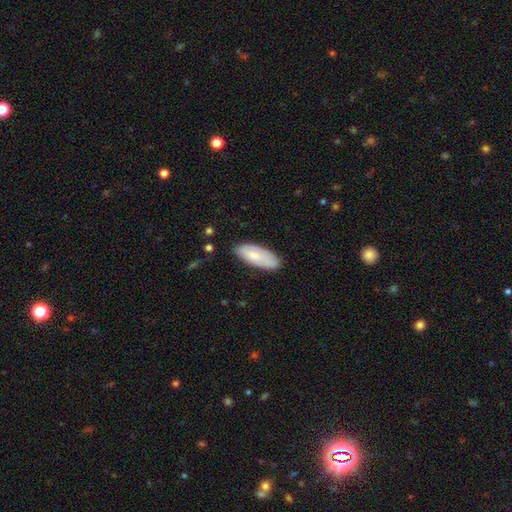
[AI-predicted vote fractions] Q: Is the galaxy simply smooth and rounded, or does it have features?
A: smooth — 76%.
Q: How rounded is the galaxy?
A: in between — 80%.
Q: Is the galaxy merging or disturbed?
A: none — 76%.